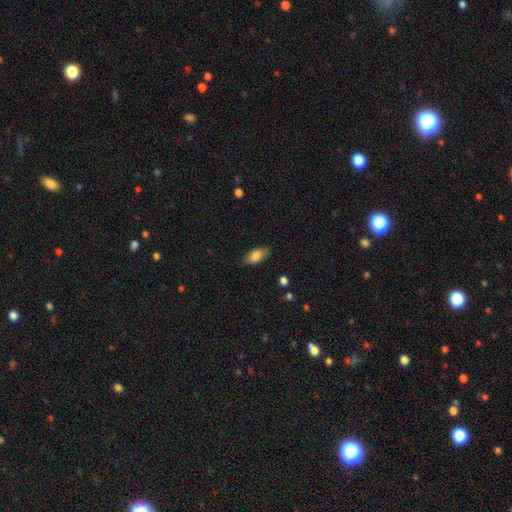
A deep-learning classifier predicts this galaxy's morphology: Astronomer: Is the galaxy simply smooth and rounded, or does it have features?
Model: smooth — 84%.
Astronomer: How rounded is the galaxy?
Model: in between — 91%.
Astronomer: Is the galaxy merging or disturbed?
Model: none — 80%.